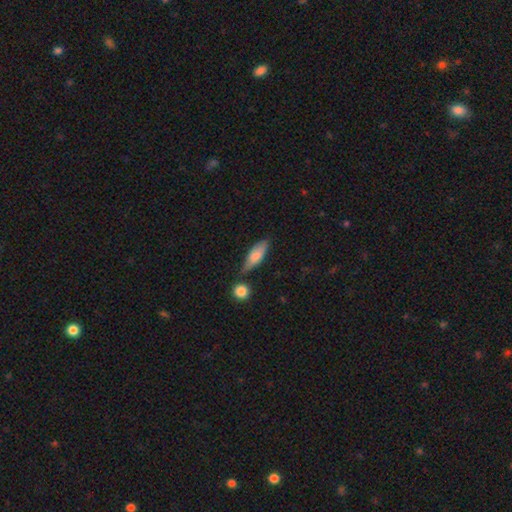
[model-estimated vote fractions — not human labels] This appears to be a smooth galaxy with no disk features (74%) that is in between round and cigar-shaped (62%). Merging: none (67%).